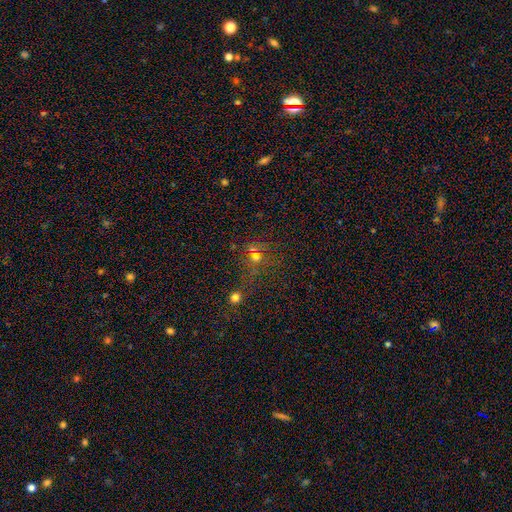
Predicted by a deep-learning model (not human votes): This is possibly a smooth galaxy (52%). How rounded: clearly round (82%). Merging: possibly none (52%).